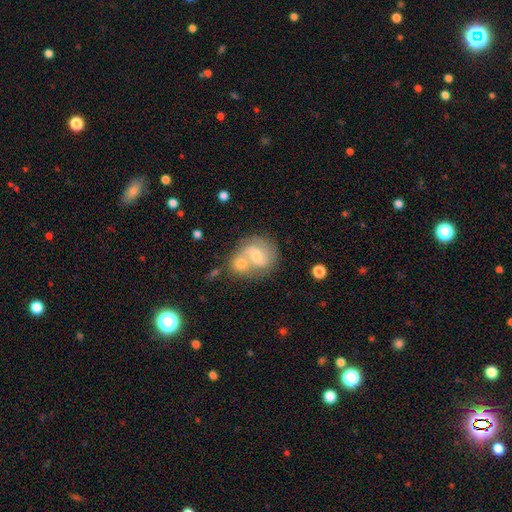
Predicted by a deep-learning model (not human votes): smooth_or_featured: featured or disk (p=0.60) [alt: smooth p=0.32]
disk_edge_on: no (p=0.97) [alt: yes p=0.03]
bar: no (p=0.49) [alt: weak p=0.42]
has_spiral_arms: yes (p=0.83) [alt: no p=0.17]
bulge_size: moderate (p=0.47) [alt: small p=0.43]
merging: merger (p=0.55) [alt: none p=0.28]